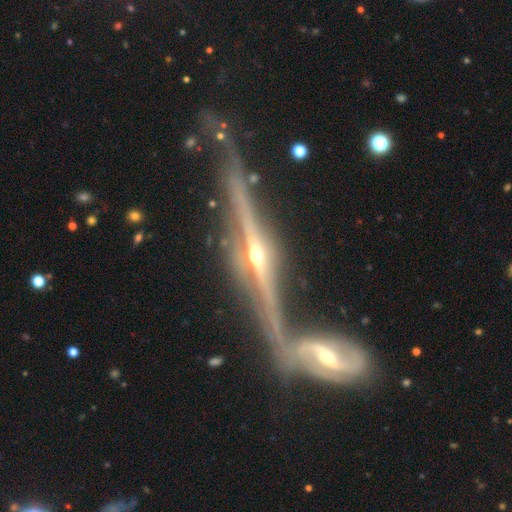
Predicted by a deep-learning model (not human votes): This appears to be a featured or disk galaxy (89%) viewed edge-on (94%) with a rounded central bulge (89%). Merging: none (48%).